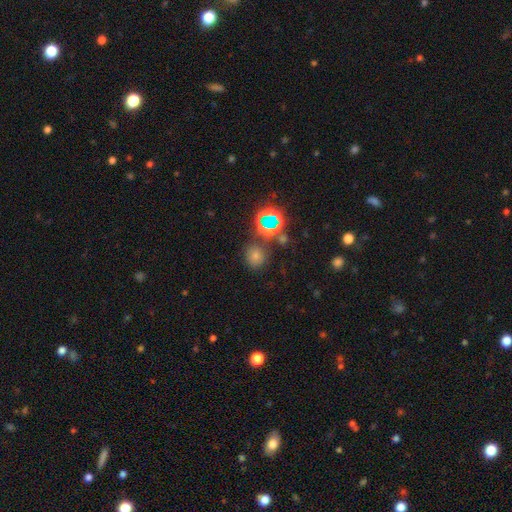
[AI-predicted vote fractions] smooth_or_featured: smooth (p=0.63) [alt: star or artifact p=0.29]
how_rounded: round (p=0.85) [alt: in between p=0.14]
merging: none (p=0.76) [alt: minor disturbance p=0.11]